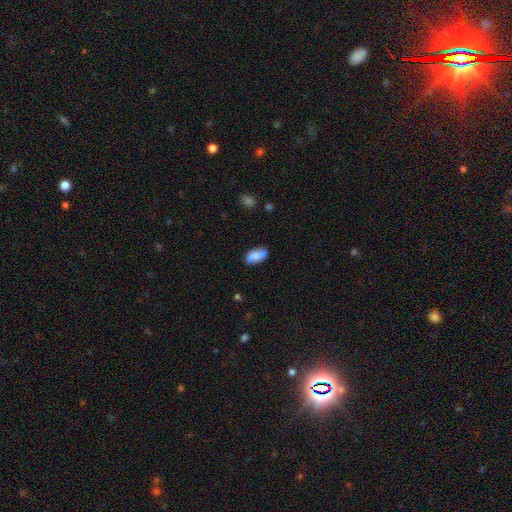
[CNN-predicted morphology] Smooth or featured?
  - smooth: 78% *
  - featured or disk: 14%
  - star or artifact: 8%
How rounded?
  - in between: 90% *
  - cigar-shaped: 5%
  - round: 5%
Merging?
  - none: 52% *
  - merger: 22%
  - minor disturbance: 21%
  - major disturbance: 6%